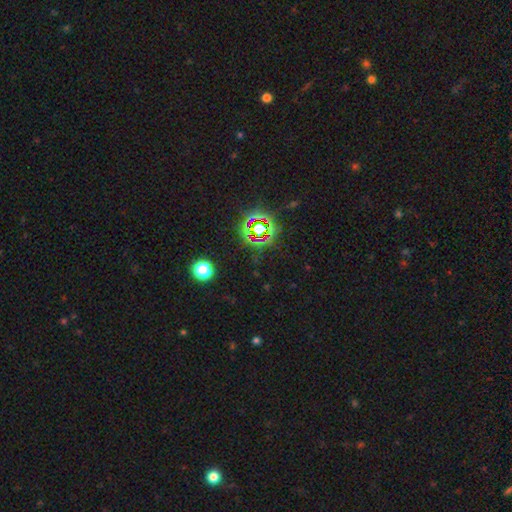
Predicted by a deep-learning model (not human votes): Overall: star or artifact (75%).